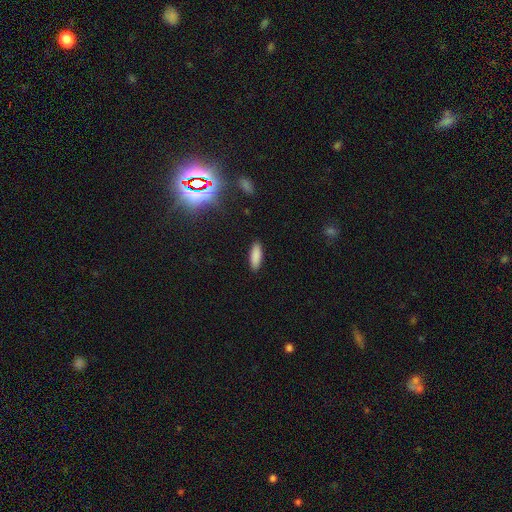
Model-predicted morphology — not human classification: A smooth galaxy with no disk features (87%) that is in between round and cigar-shaped (58%). Merging: none (89%).